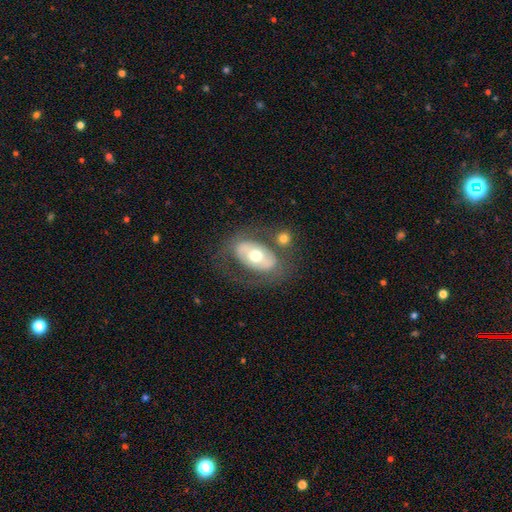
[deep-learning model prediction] Smooth or featured?
  - featured or disk: 51% *
  - smooth: 43%
  - star or artifact: 6%
Edge-on disk?
  - no: 91% *
  - yes: 9%
Merging?
  - none: 64% *
  - minor disturbance: 15%
  - major disturbance: 11%
  - merger: 10%